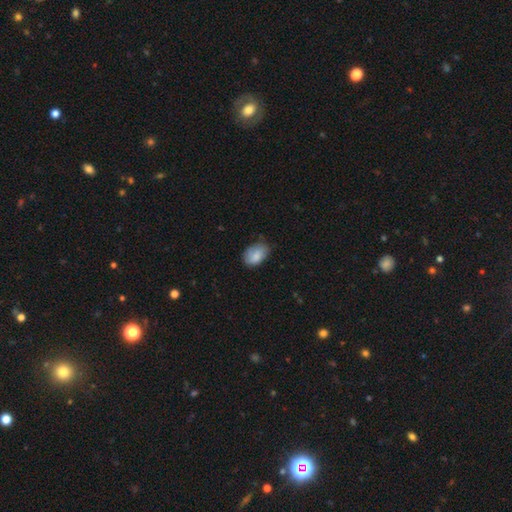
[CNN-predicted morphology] Overall: smooth (84%). How rounded: in between (88%). Merging: none (67%; minor disturbance 27%).